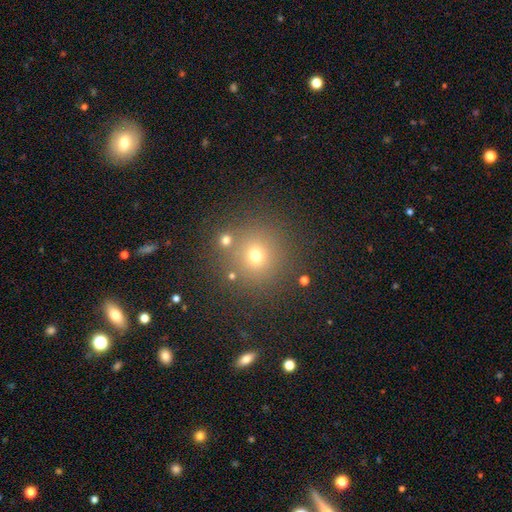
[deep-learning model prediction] This appears to be a smooth galaxy with no disk features (67%) that is round (93%). Merging: none (80%).